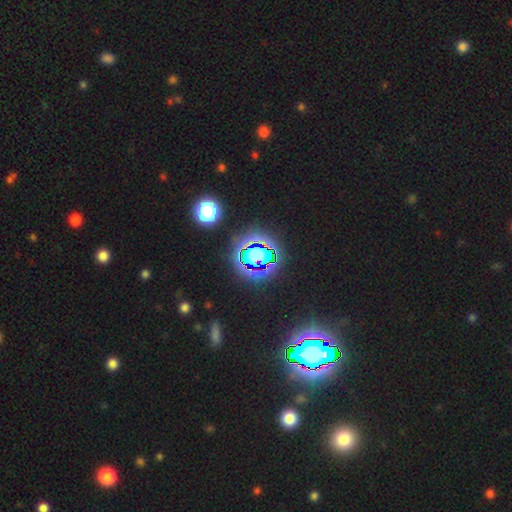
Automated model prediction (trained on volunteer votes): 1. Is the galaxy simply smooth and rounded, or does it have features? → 67% star or artifact, 19% smooth, 13% featured or disk.